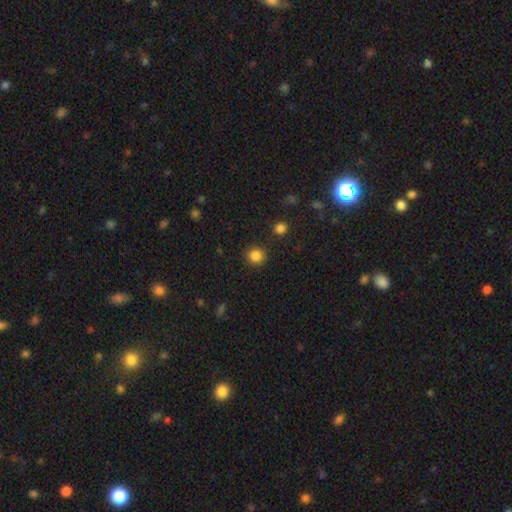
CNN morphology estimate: Smooth or featured?
  - smooth: 85% *
  - star or artifact: 11%
  - featured or disk: 4%
How rounded?
  - round: 90% *
  - in between: 9%
  - cigar-shaped: 1%
Merging?
  - none: 88% *
  - minor disturbance: 7%
  - major disturbance: 3%
  - merger: 2%